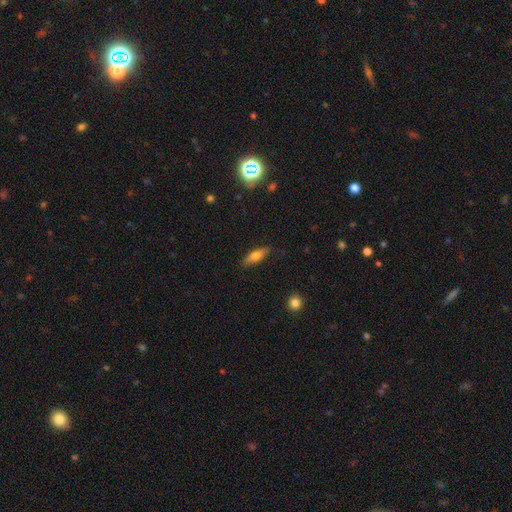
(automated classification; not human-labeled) smooth 61%, featured or disk 32%, star or artifact 7%. Down the decision tree: how rounded — cigar-shaped (49%); merging — none (83%).